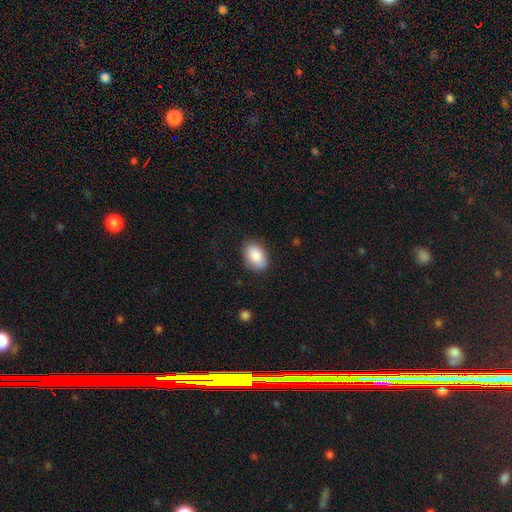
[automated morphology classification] type=smooth (88%); roundness=in between (88%); merging=none (84%).